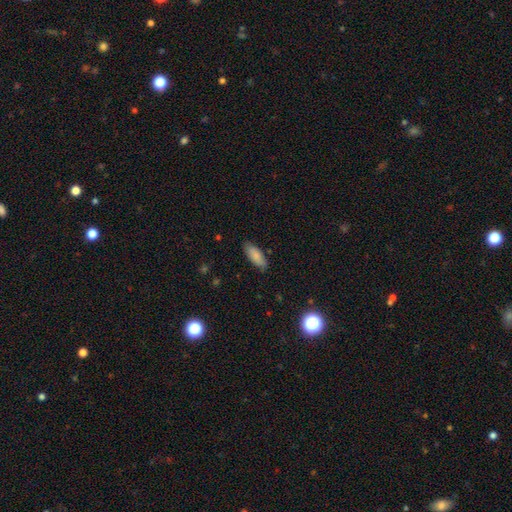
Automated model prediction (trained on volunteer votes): Smooth or featured? Predicted: smooth (p=0.83). How rounded? Predicted: in between (p=0.76). Merging? Predicted: none (p=0.82).